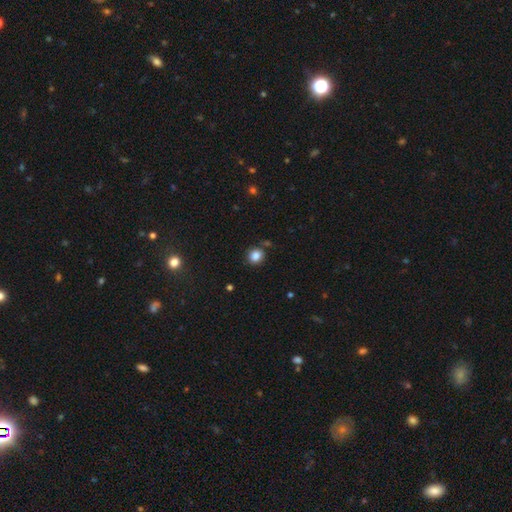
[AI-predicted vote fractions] smooth 84%, star or artifact 11%, featured or disk 5%. Down the decision tree: how rounded — round (82%); merging — none (82%).